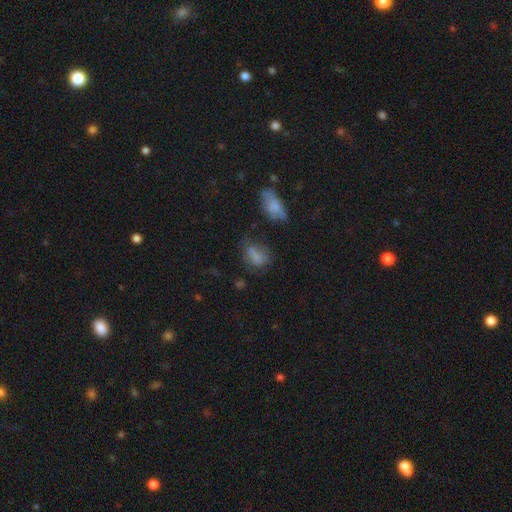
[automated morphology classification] smooth 73%, star or artifact 14%, featured or disk 13%. Down the decision tree: how rounded — in between (71%); merging — none (46%).